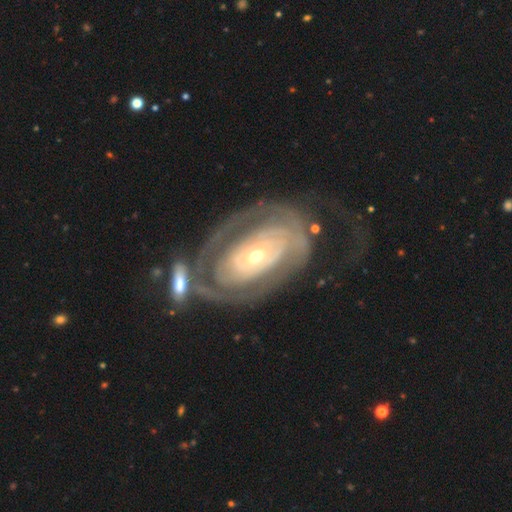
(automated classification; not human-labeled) featured or disk 82%, smooth 13%, star or artifact 5%. Down the decision tree: edge-on disk — no (94%); bar — no (78%); spiral arms — yes (74%); spiral arm count — can't tell (48%); spiral winding — tight (73%); bulge size — small (61%); merging — none (40%).